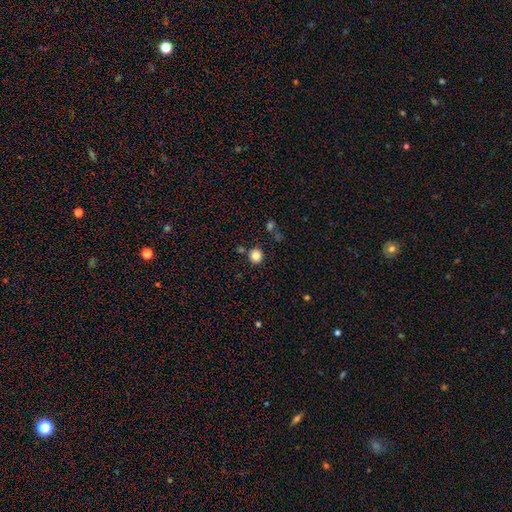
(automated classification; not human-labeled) Overall: smooth (85%). How rounded: round (91%). Merging: none (84%).